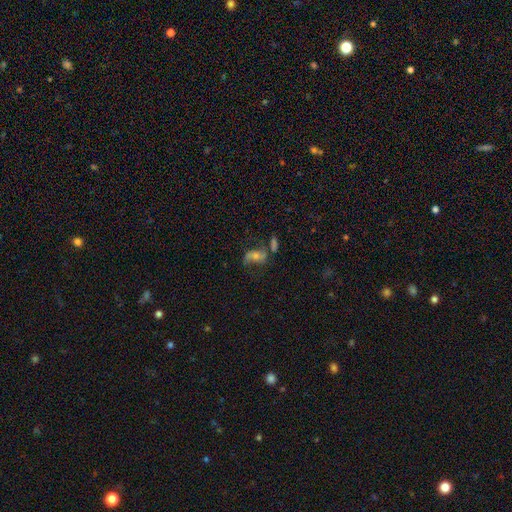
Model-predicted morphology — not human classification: The model was most divided on "bulge size": moderate: 45%, small: 39%, large: 7%, none: 7%, dominant: 2%. Remaining: edge-on disk — no (93%); spiral arms — yes (82%); bar — no (60%); smooth or featured — featured or disk (56%); merging — none (47%).